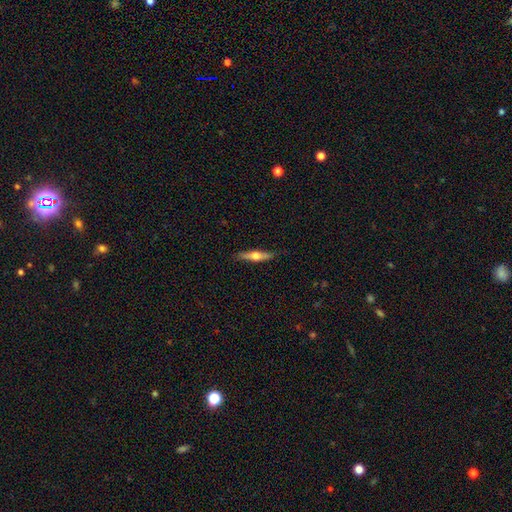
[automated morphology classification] A featured or disk galaxy (54%) viewed edge-on (94%) with a rounded central bulge (93%).

Vote fractions:
- Smooth or featured? featured or disk: 54% / smooth: 41% / star or artifact: 6%
- Edge-on disk? yes: 94% / no: 6%
- Edge-on bulge? rounded: 93% / none: 4% / boxy: 3%
- Merging? none: 88% / minor disturbance: 9% / major disturbance: 2% / merger: 1%